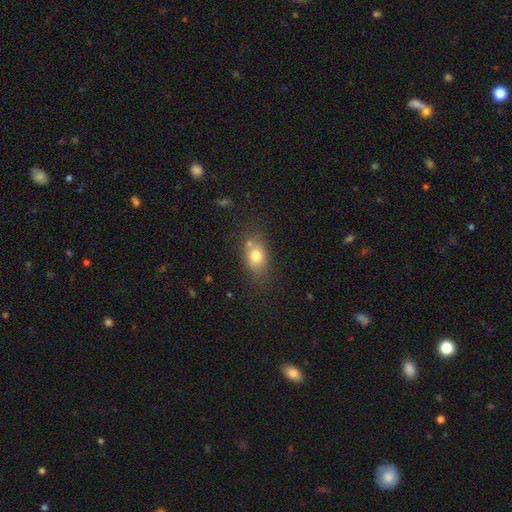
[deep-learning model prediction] smooth-or-featured: smooth: 77% | featured or disk: 13% | star or artifact: 10%
  how-rounded: in between: 69% | round: 28% | cigar-shaped: 2%
  merging: none: 64% | minor disturbance: 19% | merger: 11% | major disturbance: 6%